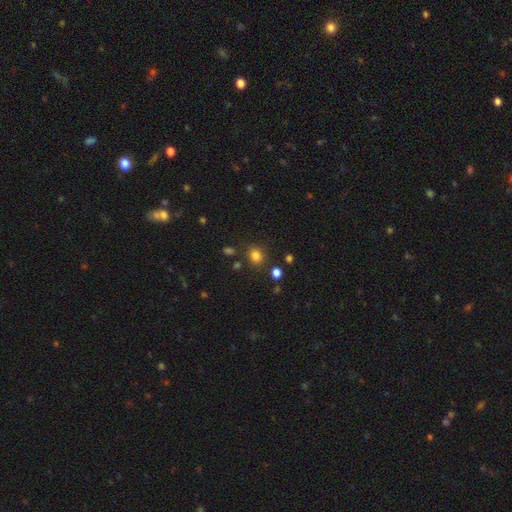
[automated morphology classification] Smooth or featured? smooth (81%)
How rounded? round (68%)
Merging? none (81%)